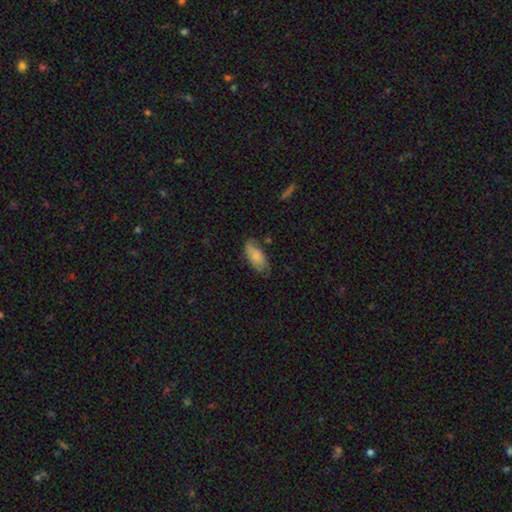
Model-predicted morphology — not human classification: Smooth or featured? Predicted: smooth (p=0.71). How rounded? Predicted: in between (p=0.89). Merging? Predicted: none (p=0.63).